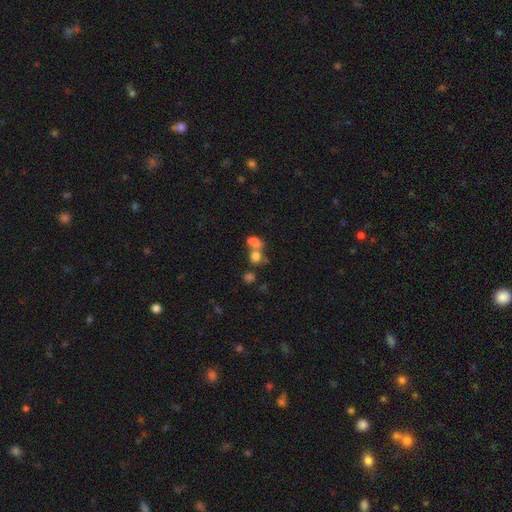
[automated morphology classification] smooth-or-featured: smooth: 73% | star or artifact: 14% | featured or disk: 14%
  how-rounded: round: 63% | in between: 35% | cigar-shaped: 2%
  merging: merger: 57% | none: 31% | minor disturbance: 7% | major disturbance: 6%